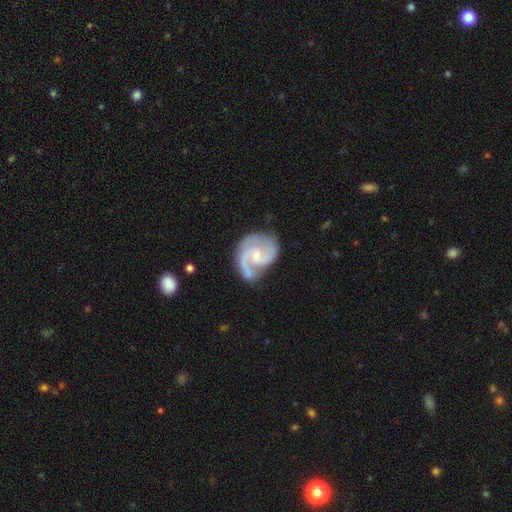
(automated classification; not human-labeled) Smooth or featured?
  - featured or disk: 90% *
  - smooth: 6%
  - star or artifact: 4%
Edge-on disk?
  - no: 98% *
  - yes: 2%
Bar?
  - no: 47% *
  - weak: 44%
  - strong: 9%
Spiral arms?
  - yes: 98% *
  - no: 2%
Spiral winding?
  - medium: 55% *
  - tight: 29%
  - loose: 16%
Spiral arm count?
  - 2: 81% *
  - 1: 7%
  - 3: 6%
  - can't tell: 4%
  - 4: 1%
  - more than 4: 1%
Bulge size?
  - small: 61% *
  - moderate: 32%
  - none: 5%
  - large: 1%
  - dominant: 1%
Merging?
  - none: 58% *
  - minor disturbance: 26%
  - major disturbance: 13%
  - merger: 4%